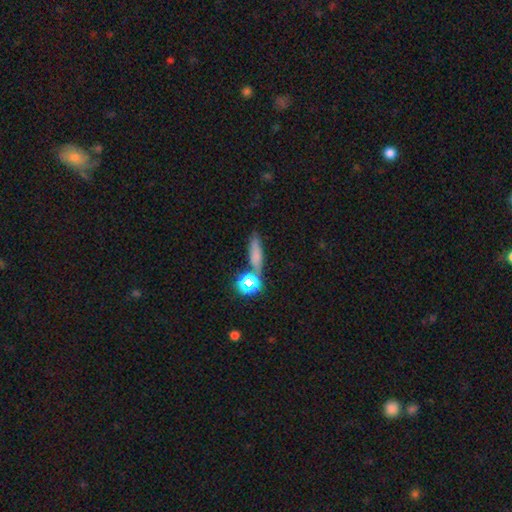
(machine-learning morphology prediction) Q: Smooth or featured?
A: smooth (65%); runner-up: star or artifact (18%)
Q: How rounded?
A: cigar-shaped (61%); runner-up: in between (25%)
Q: Merging?
A: none (69%); runner-up: merger (13%)